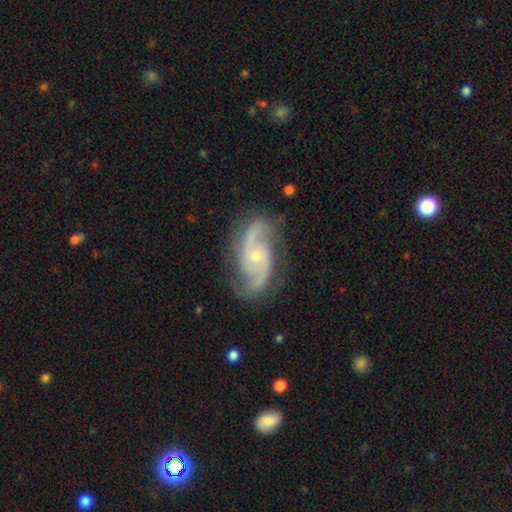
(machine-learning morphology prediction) Smooth or featured? featured or disk (89%)
Edge-on disk? no (97%)
Bar? no (64%)
Spiral arms? yes (97%)
Spiral winding? medium (53%)
Spiral arm count? 2 (86%)
Bulge size? small (66%)
Merging? none (76%)